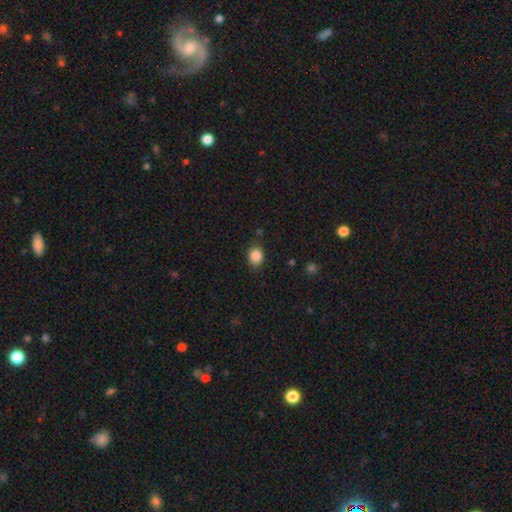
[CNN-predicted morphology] smooth-or-featured: smooth: 86% | star or artifact: 10% | featured or disk: 4%
  how-rounded: in between: 50% | round: 48% | cigar-shaped: 1%
  merging: none: 80% | minor disturbance: 14% | major disturbance: 3% | merger: 2%